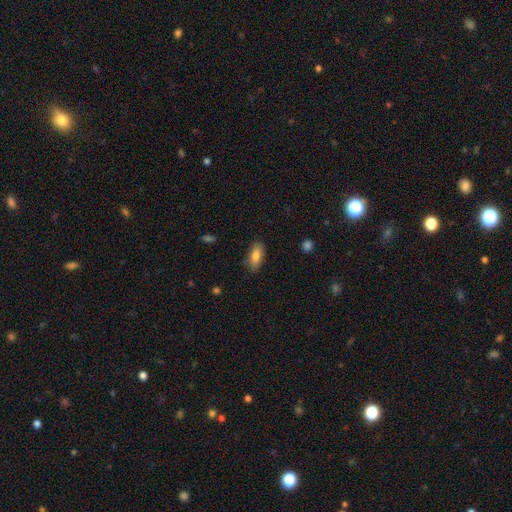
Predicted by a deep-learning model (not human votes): This appears to be a smooth galaxy with no disk features (80%) that is in between round and cigar-shaped (81%). Merging: none (84%).